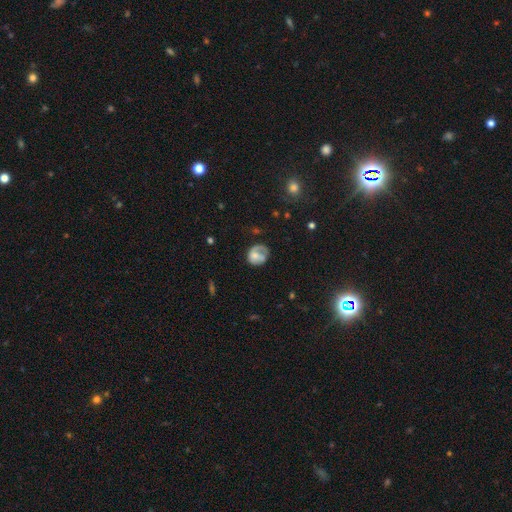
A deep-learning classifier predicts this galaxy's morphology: This is possibly a smooth galaxy (50%). How rounded: likely round (61%). Merging: marginally none (43%).